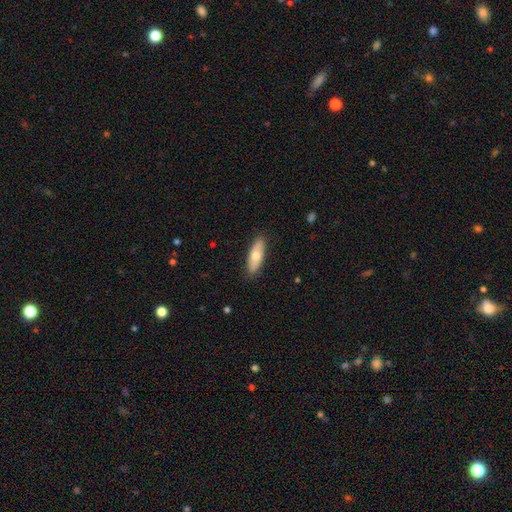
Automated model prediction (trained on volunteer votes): Smooth or featured?
  - smooth: 67% *
  - featured or disk: 27%
  - star or artifact: 6%
How rounded?
  - in between: 62% *
  - cigar-shaped: 36%
  - round: 2%
Merging?
  - none: 87% *
  - minor disturbance: 10%
  - major disturbance: 2%
  - merger: 1%